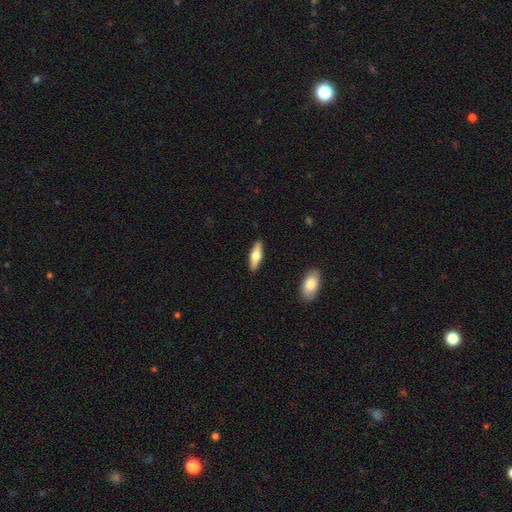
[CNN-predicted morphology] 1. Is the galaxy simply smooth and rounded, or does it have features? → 52% smooth, 43% featured or disk, 5% star or artifact.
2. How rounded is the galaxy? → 50% in between, 47% cigar-shaped, 3% round.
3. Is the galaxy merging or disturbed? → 90% none, 7% minor disturbance, 2% major disturbance, 1% merger.